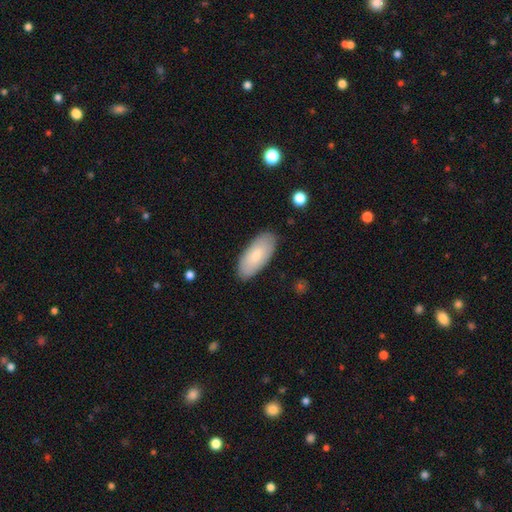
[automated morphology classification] smooth_or_featured: smooth (p=0.77) [alt: featured or disk p=0.17]
how_rounded: in between (p=0.89) [alt: cigar-shaped p=0.09]
merging: none (p=0.86) [alt: minor disturbance p=0.11]